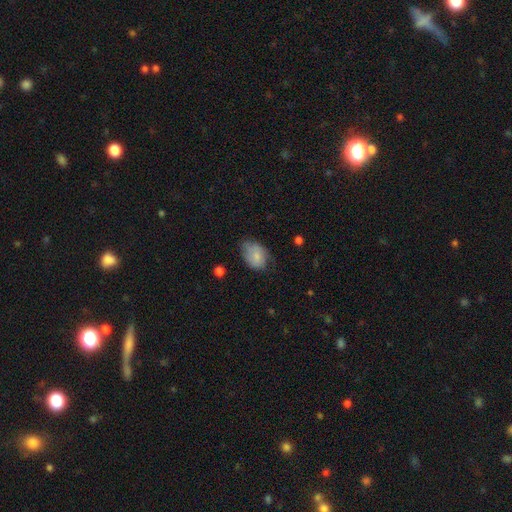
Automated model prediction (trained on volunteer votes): Morphology: type=smooth (75%); roundness=in between (77%); merging=none (47%).